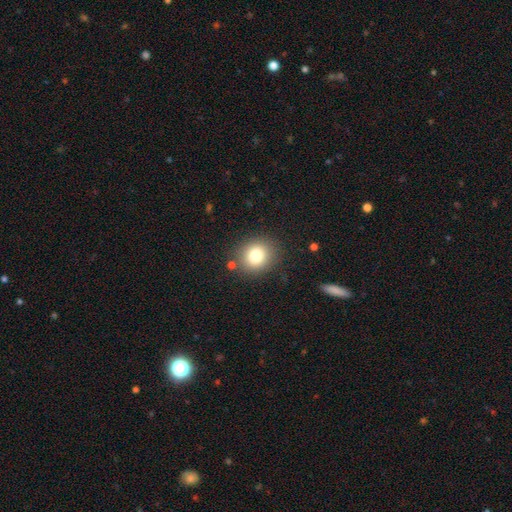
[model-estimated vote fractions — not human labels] The model was most divided on "how rounded": round: 78%, in between: 21%, cigar-shaped: 1%. More confident: merging — none (85%); smooth or featured — smooth (80%).